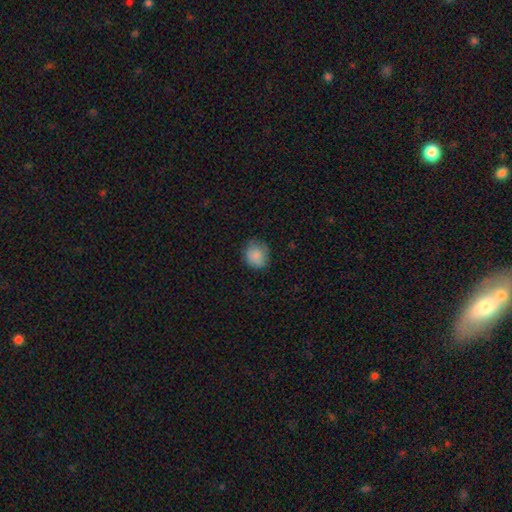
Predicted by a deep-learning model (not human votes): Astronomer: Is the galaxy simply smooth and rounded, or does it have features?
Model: smooth — 85%.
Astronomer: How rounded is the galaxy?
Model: round — 80%.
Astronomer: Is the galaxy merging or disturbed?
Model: none — 74%.